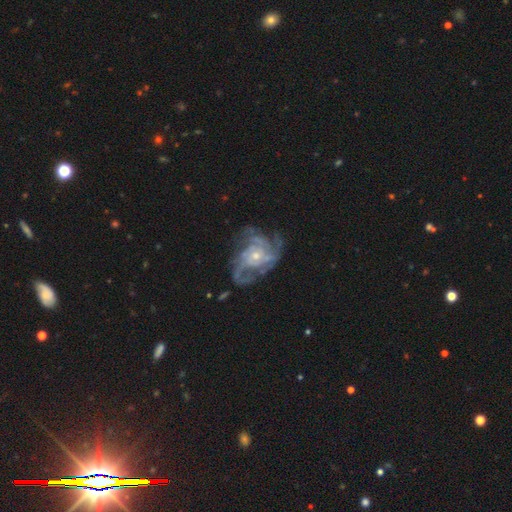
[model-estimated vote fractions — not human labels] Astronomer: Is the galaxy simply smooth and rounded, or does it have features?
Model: featured or disk — 88%.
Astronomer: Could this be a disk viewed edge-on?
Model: no — 98%.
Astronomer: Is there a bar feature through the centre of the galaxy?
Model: no — 75%.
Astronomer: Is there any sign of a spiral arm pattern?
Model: yes — 95%.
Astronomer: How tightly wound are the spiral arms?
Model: medium — 44% (runner-up: tight, 39%).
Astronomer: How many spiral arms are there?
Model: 4 — 25%, tied with 3 at 25%.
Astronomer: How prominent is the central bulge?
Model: small — 59% (runner-up: moderate, 36%).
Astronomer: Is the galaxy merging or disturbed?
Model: none — 61%.